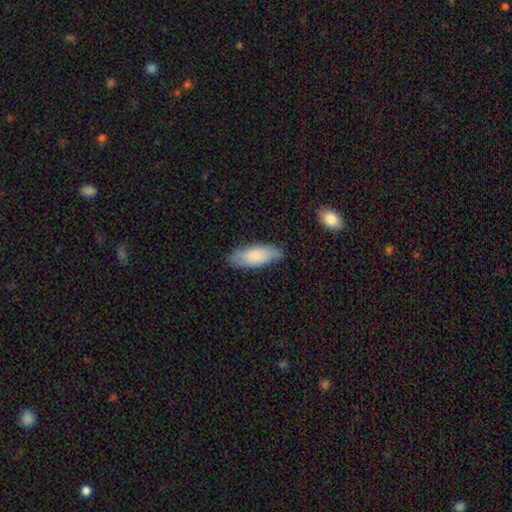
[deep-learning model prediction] smooth-or-featured: smooth: 80% | featured or disk: 14% | star or artifact: 6%
  how-rounded: in between: 75% | cigar-shaped: 23% | round: 2%
  merging: none: 78% | minor disturbance: 17% | major disturbance: 3% | merger: 1%